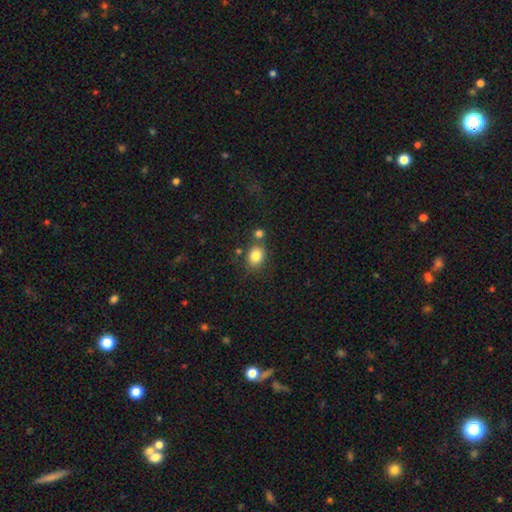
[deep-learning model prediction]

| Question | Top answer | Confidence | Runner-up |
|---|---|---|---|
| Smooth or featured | smooth | 82% | star or artifact (11%) |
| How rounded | round | 53% | in between (46%) |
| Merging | none | 66% | merger (17%) |